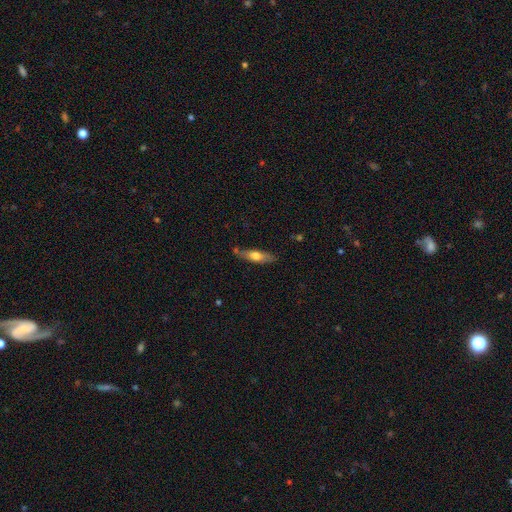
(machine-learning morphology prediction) smooth_or_featured: smooth (p=0.57) [alt: featured or disk p=0.37]
how_rounded: cigar-shaped (p=0.63) [alt: in between p=0.35]
merging: none (p=0.73) [alt: minor disturbance p=0.18]